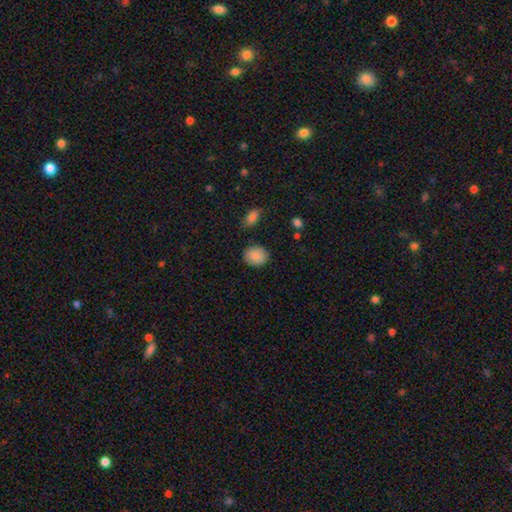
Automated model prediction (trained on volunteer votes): The model was most divided on "how rounded": round: 64%, in between: 35%, cigar-shaped: 1%. More confident: smooth or featured — smooth (89%); merging — none (85%).